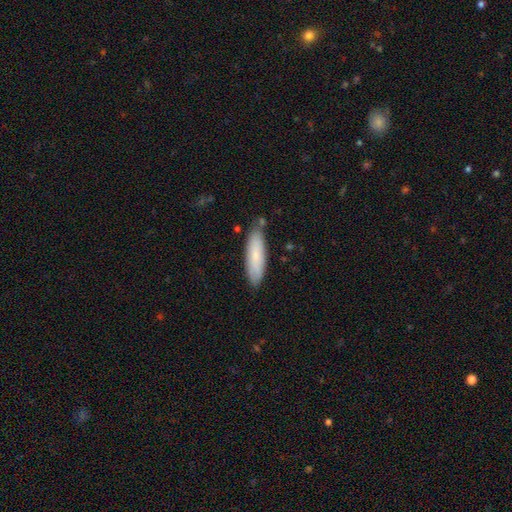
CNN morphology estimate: smooth_or_featured: smooth (p=0.80) [alt: featured or disk p=0.14]
how_rounded: cigar-shaped (p=0.59) [alt: in between p=0.40]
merging: none (p=0.81) [alt: minor disturbance p=0.14]